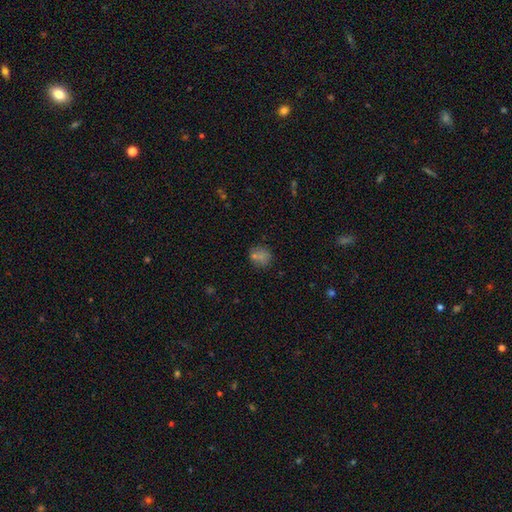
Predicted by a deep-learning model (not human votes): A smooth galaxy with no disk features (63%) that is round (75%). Merging: none (73%).